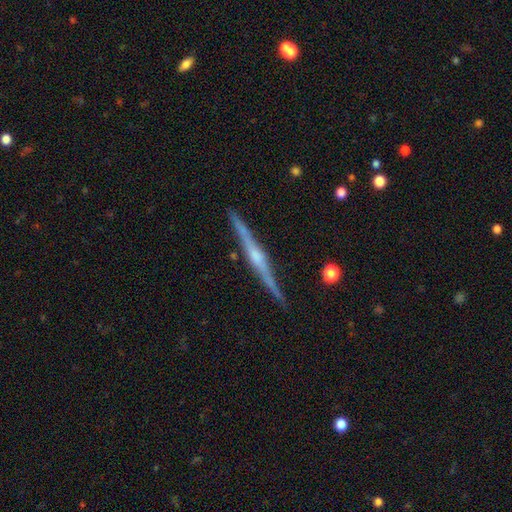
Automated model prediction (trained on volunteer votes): This appears to be a featured or disk galaxy (83%) viewed edge-on (98%) with a rounded central bulge (76%). Merging: none (90%).